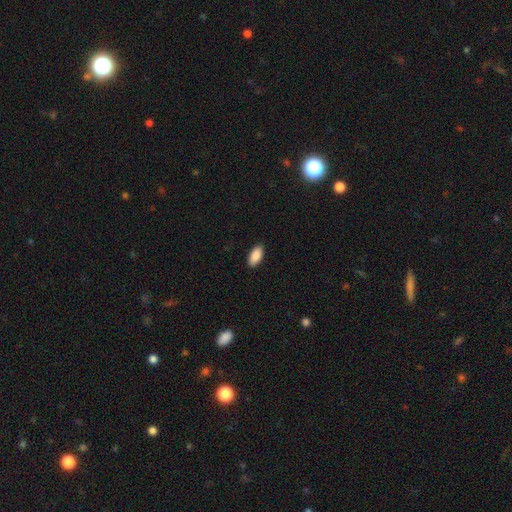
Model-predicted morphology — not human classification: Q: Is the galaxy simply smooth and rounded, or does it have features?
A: smooth — 89%.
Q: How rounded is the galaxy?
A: in between — 93%.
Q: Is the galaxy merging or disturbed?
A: none — 89%.